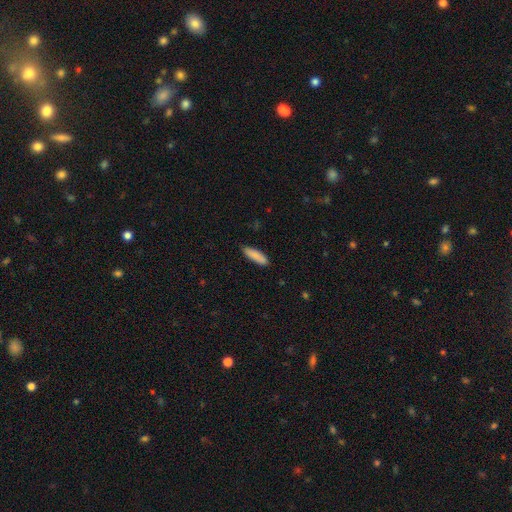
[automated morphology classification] Smooth or featured? Predicted: smooth (p=0.88). How rounded? Predicted: cigar-shaped (p=0.61). Merging? Predicted: none (p=0.87).